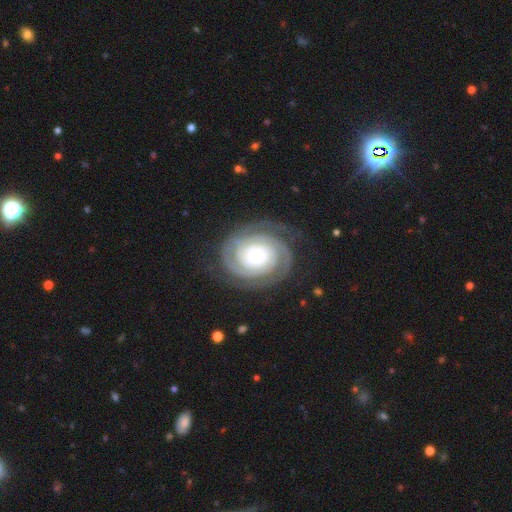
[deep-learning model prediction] This is clearly a featured or disk galaxy (90%). It is clearly not viewed edge-on (98%). Bar: likely no (76%). Spiral arm pattern: clearly yes (98%). Spiral arm count: likely 2 (70%). Spiral winding: clearly tight (81%). Central bulge: marginally small (33%). Merging: likely none (78%).